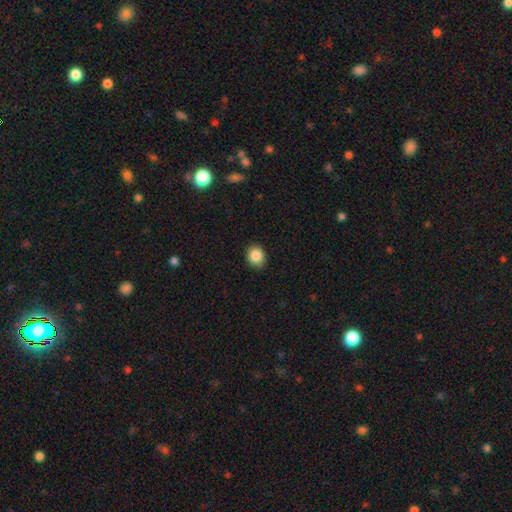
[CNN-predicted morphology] type=smooth (87%); roundness=round (70%); merging=none (88%).